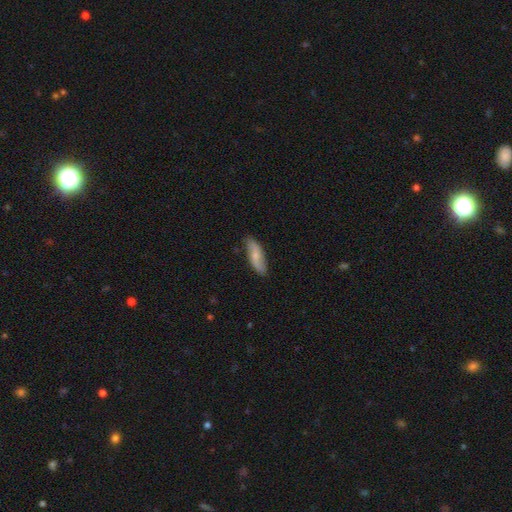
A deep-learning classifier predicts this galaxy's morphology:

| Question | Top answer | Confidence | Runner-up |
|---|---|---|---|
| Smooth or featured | smooth | 56% | featured or disk (38%) |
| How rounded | in between | 61% | cigar-shaped (37%) |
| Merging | none | 79% | minor disturbance (17%) |